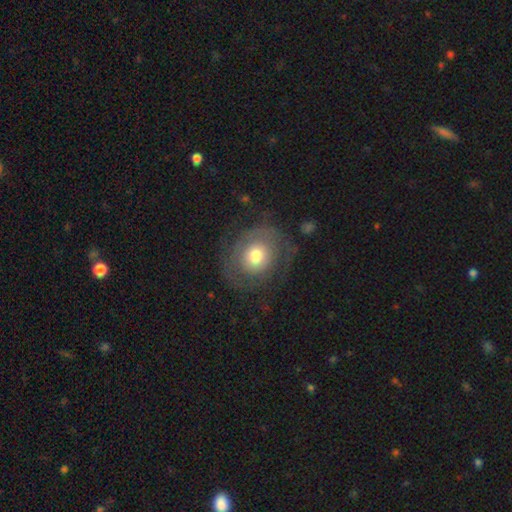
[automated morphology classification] type=featured or disk (47%); merging=none (66%).